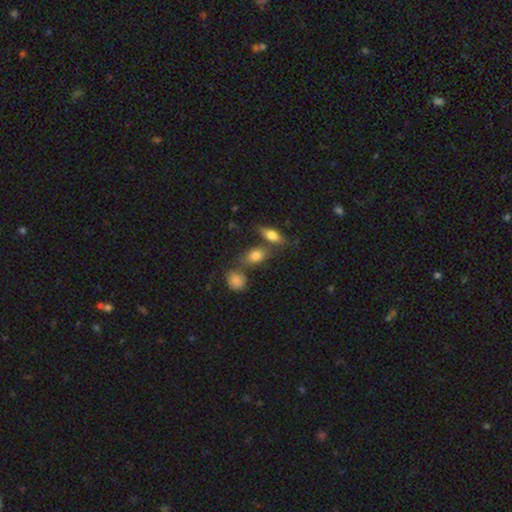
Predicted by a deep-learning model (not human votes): Overall: smooth (78%). How rounded: in between (81%). Merging: none (57%; merger 22%).